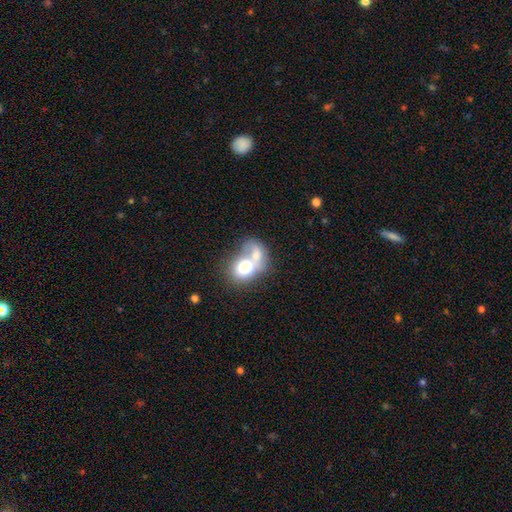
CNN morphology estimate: Smooth or featured? Predicted: smooth (p=0.68). How rounded? Predicted: in between (p=0.60). Merging? Predicted: merger (p=0.75).